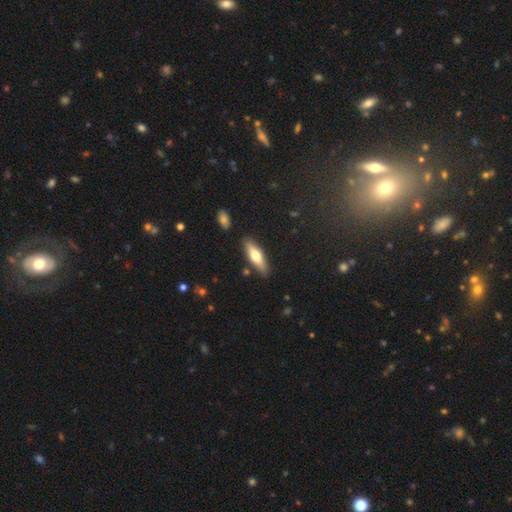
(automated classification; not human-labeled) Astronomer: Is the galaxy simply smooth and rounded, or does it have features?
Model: smooth — 61%.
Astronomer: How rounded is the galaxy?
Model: cigar-shaped — 60% (runner-up: in between, 38%).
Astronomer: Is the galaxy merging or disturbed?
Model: none — 85%.